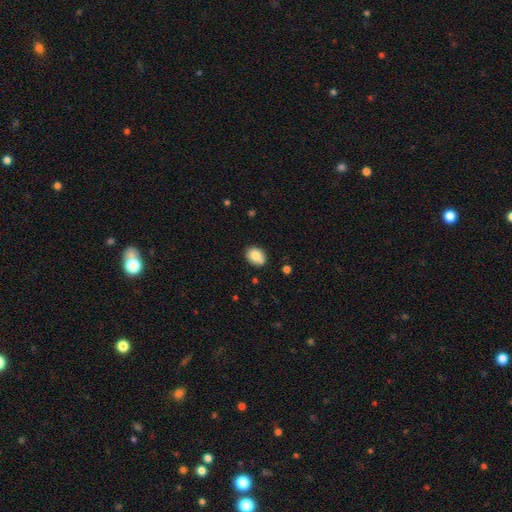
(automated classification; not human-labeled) Q: Smooth or featured?
A: smooth (83%); runner-up: featured or disk (9%)
Q: How rounded?
A: in between (57%); runner-up: round (42%)
Q: Merging?
A: none (79%); runner-up: minor disturbance (15%)